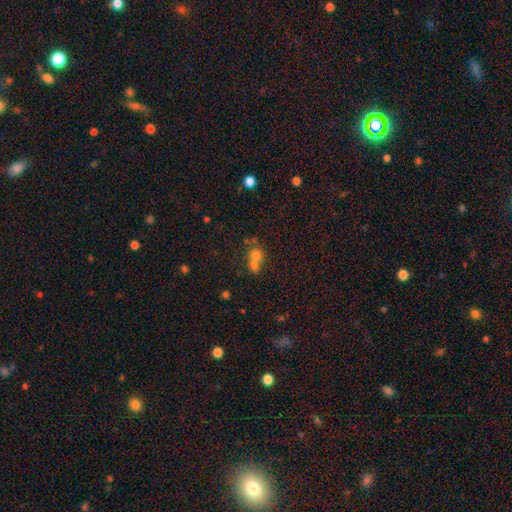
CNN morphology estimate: This is likely a smooth galaxy (71%). How rounded: likely round (79%). Merging: possibly merger (58%).